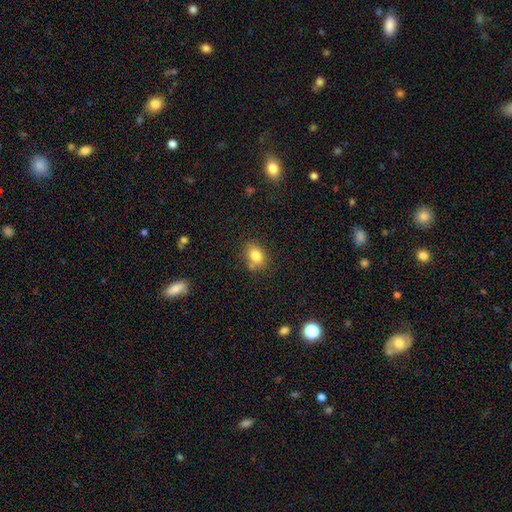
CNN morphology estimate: smooth 81%, star or artifact 10%, featured or disk 9%. Down the decision tree: how rounded — in between (66%); merging — none (70%).